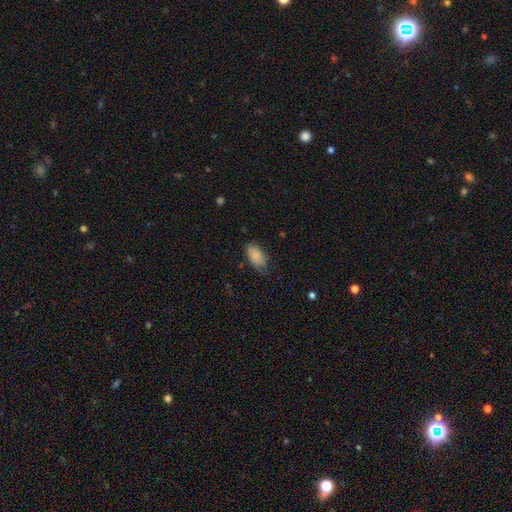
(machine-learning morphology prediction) type=smooth (82%); roundness=in between (93%); merging=none (65%).